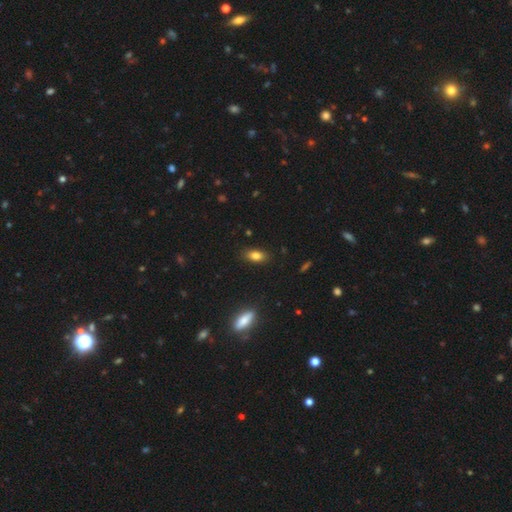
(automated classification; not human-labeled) Q: Smooth or featured?
A: smooth (82%); runner-up: star or artifact (9%)
Q: How rounded?
A: in between (84%); runner-up: cigar-shaped (10%)
Q: Merging?
A: none (85%); runner-up: minor disturbance (11%)